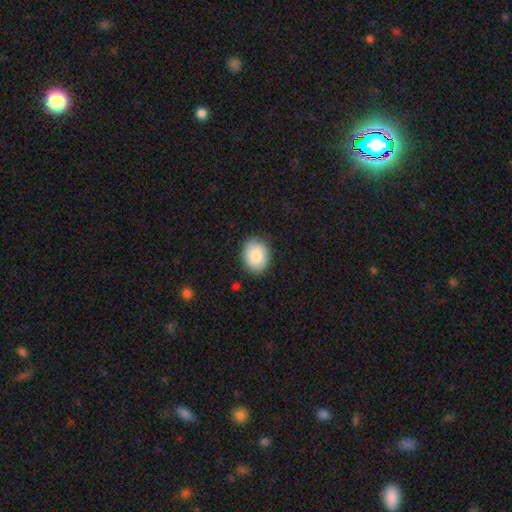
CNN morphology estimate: Smooth or featured?
  - smooth: 86% *
  - featured or disk: 8%
  - star or artifact: 7%
How rounded?
  - in between: 59% *
  - round: 40%
  - cigar-shaped: 1%
Merging?
  - none: 85% *
  - minor disturbance: 11%
  - major disturbance: 3%
  - merger: 1%